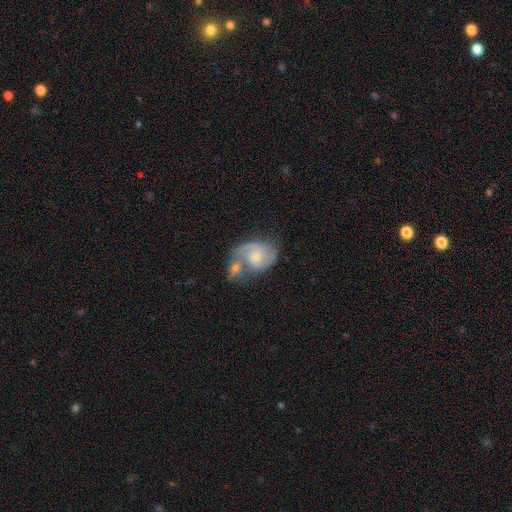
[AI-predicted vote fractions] Morphology: type=featured or disk (62%); edge-on=no (97%); bar=no (65%); spiral arms=yes (81%); bulge=moderate (47%); merging=merger (47%).